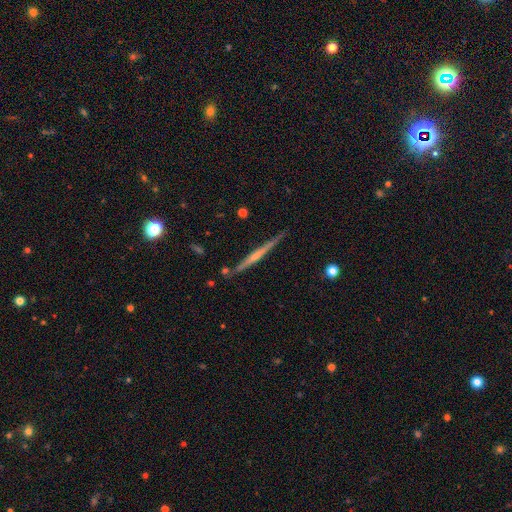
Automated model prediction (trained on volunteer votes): Smooth or featured? featured or disk (71%)
Edge-on disk? yes (98%)
Edge-on bulge? rounded (46%)
Merging? none (85%)